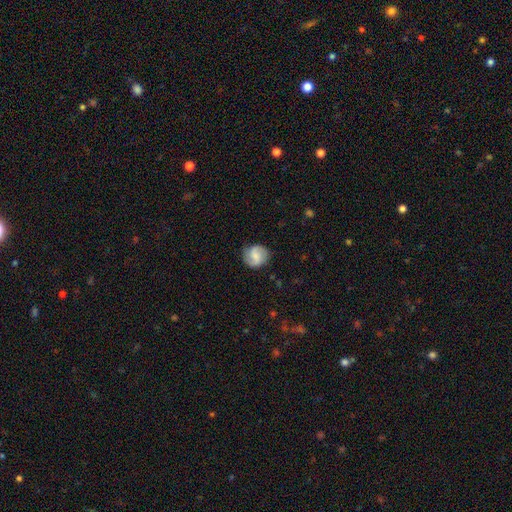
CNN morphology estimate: Overall: featured or disk (54%; smooth 38%). Edge-on disk: no (98%). Bar: weak (49%; no 28%). Spiral arms: yes (91%). Bulge size: none (33%; small 32%). Merging: none (82%).